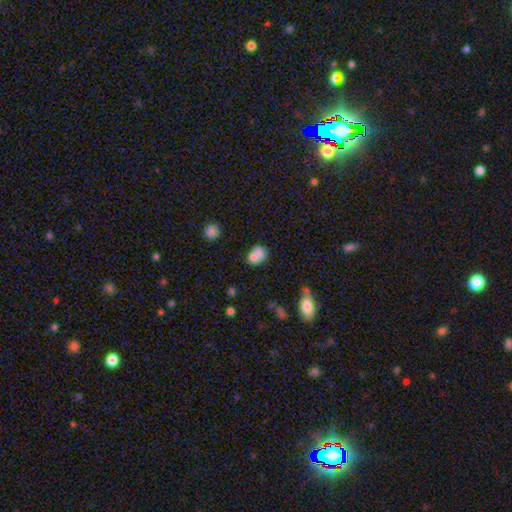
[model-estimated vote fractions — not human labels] Smooth or featured? Predicted: smooth (p=0.72). How rounded? Predicted: round (p=0.50). Merging? Predicted: merger (p=0.51).